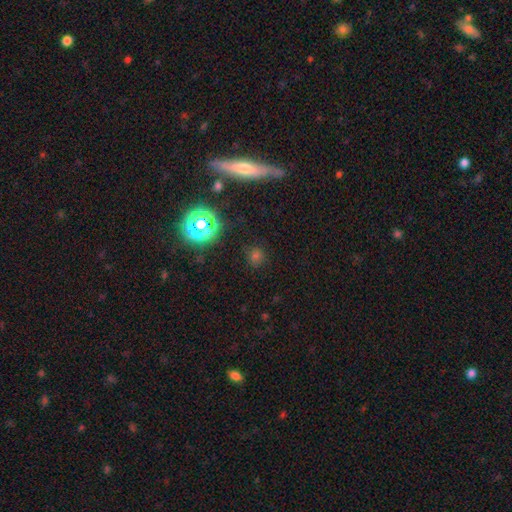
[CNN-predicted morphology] Smooth or featured?
  - smooth: 57% *
  - star or artifact: 35%
  - featured or disk: 8%
How rounded?
  - round: 86% *
  - in between: 11%
  - cigar-shaped: 2%
Merging?
  - none: 85% *
  - minor disturbance: 9%
  - major disturbance: 3%
  - merger: 3%